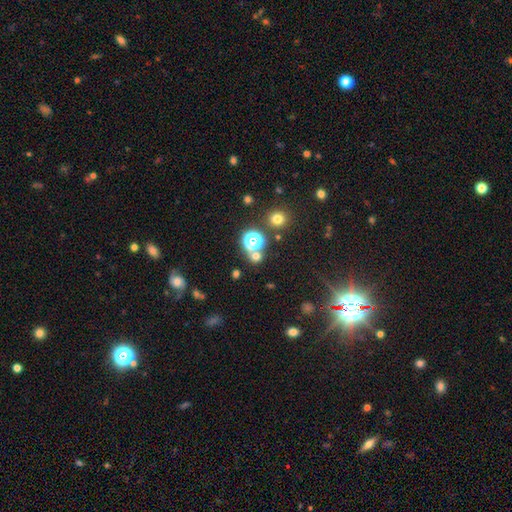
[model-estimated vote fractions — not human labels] Smooth or featured? Predicted: smooth (p=0.53). How rounded? Predicted: round (p=0.86). Merging? Predicted: none (p=0.72).